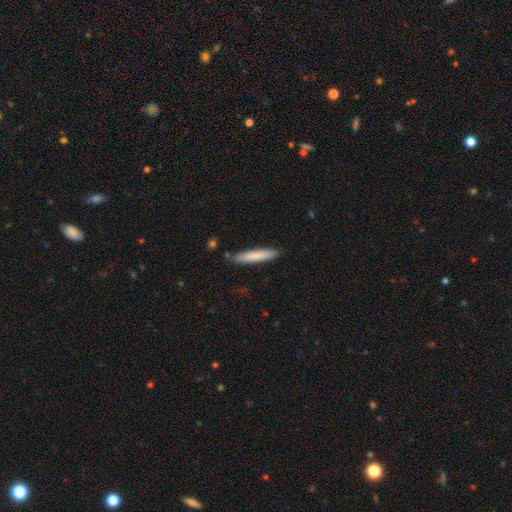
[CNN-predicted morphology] The model was most divided on "smooth or featured": smooth: 80%, featured or disk: 14%, star or artifact: 5%. More confident: how rounded — cigar-shaped (90%); merging — none (86%).